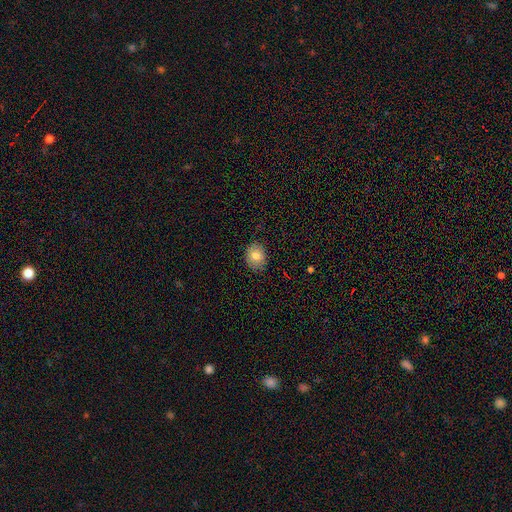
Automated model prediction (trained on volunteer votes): The model was most divided on "how rounded": round: 54%, in between: 45%, cigar-shaped: 1%. More confident: merging — none (85%); smooth or featured — smooth (81%).